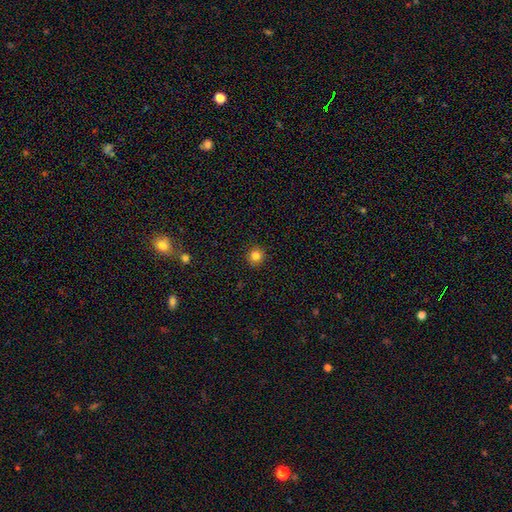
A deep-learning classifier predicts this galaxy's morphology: smooth_or_featured: smooth (p=0.83) [alt: star or artifact p=0.12]
how_rounded: round (p=0.93) [alt: in between p=0.06]
merging: none (p=0.92) [alt: minor disturbance p=0.05]